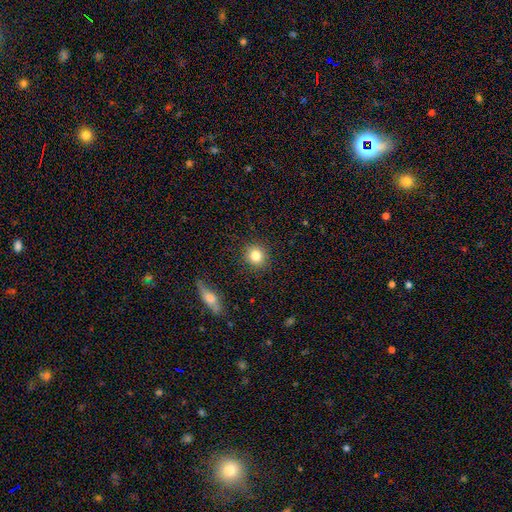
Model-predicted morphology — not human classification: smooth-or-featured: smooth: 83% | star or artifact: 10% | featured or disk: 7%
  how-rounded: round: 89% | in between: 10% | cigar-shaped: 1%
  merging: none: 90% | minor disturbance: 7% | major disturbance: 2% | merger: 1%